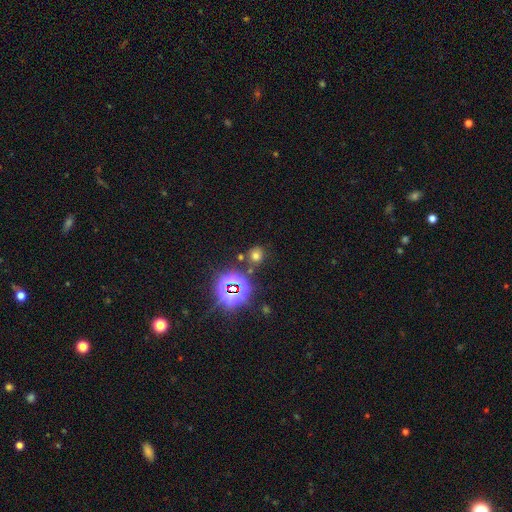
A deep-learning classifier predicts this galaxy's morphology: smooth-or-featured: smooth: 58% | star or artifact: 33% | featured or disk: 8%
  how-rounded: round: 78% | in between: 21% | cigar-shaped: 1%
  merging: none: 79% | minor disturbance: 10% | merger: 7% | major disturbance: 4%